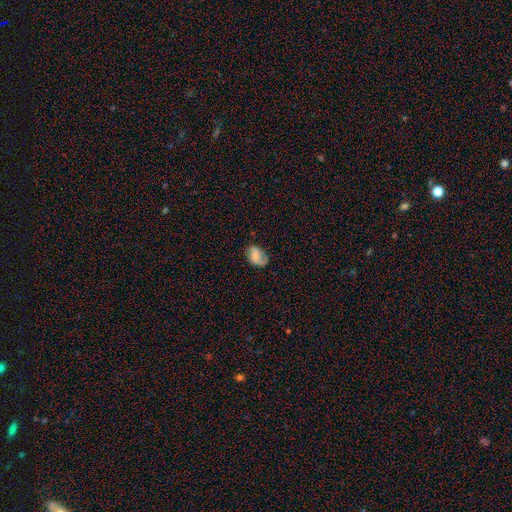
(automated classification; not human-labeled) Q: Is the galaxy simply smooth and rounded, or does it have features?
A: smooth — 50%.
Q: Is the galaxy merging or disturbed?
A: none — 57%.